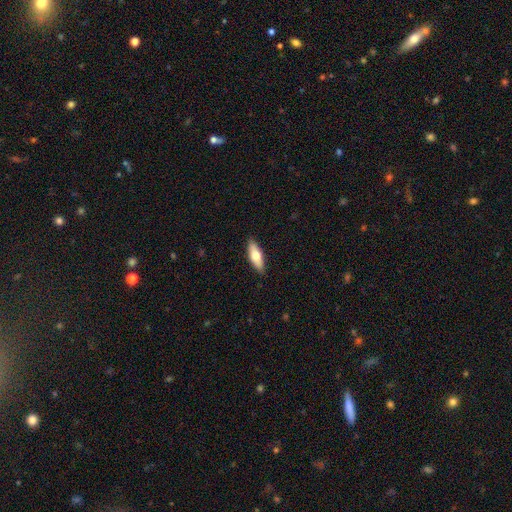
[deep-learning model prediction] Smooth or featured?
  - smooth: 68% *
  - featured or disk: 27%
  - star or artifact: 6%
How rounded?
  - in between: 59% *
  - cigar-shaped: 39%
  - round: 2%
Merging?
  - none: 89% *
  - minor disturbance: 9%
  - major disturbance: 2%
  - merger: 1%